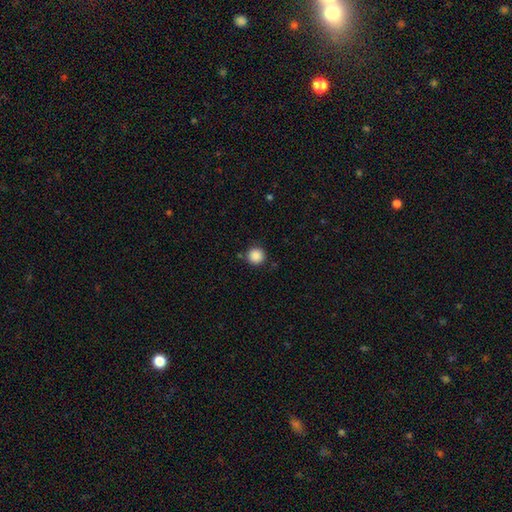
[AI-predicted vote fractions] This appears to be a smooth galaxy with no disk features (88%) that is round (96%). Merging: none (88%).